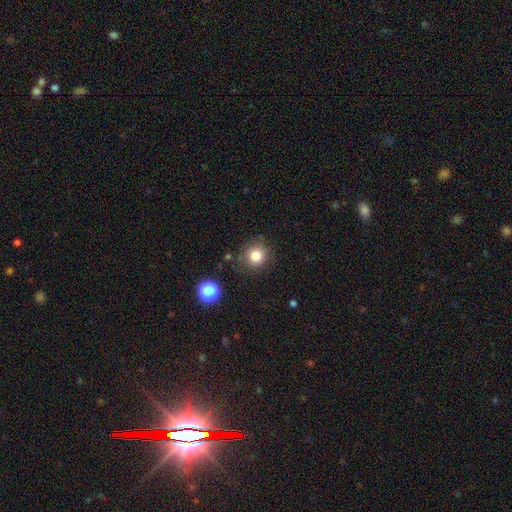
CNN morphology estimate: This appears to be a smooth galaxy with no disk features (81%) that is round (88%). Merging: none (81%).